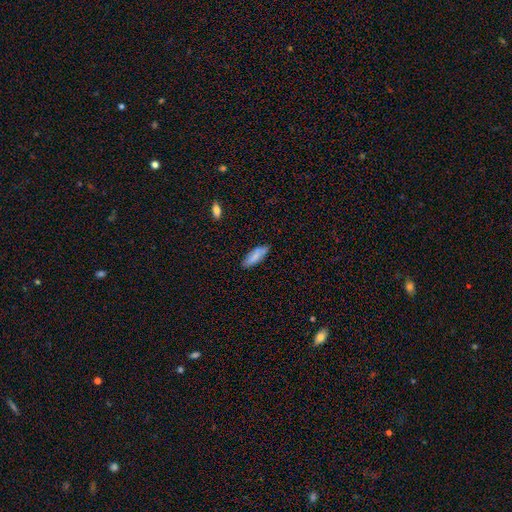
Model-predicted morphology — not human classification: Smooth or featured: smooth — 81% (featured or disk — 12%)
How rounded: in between — 60% (cigar-shaped — 38%)
Merging: none — 82% (minor disturbance — 15%)